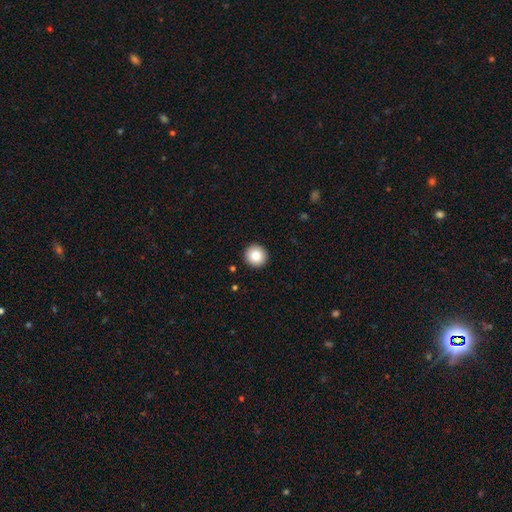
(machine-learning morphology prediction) This is clearly a smooth galaxy (87%). How rounded: clearly round (94%). Merging: clearly none (93%).